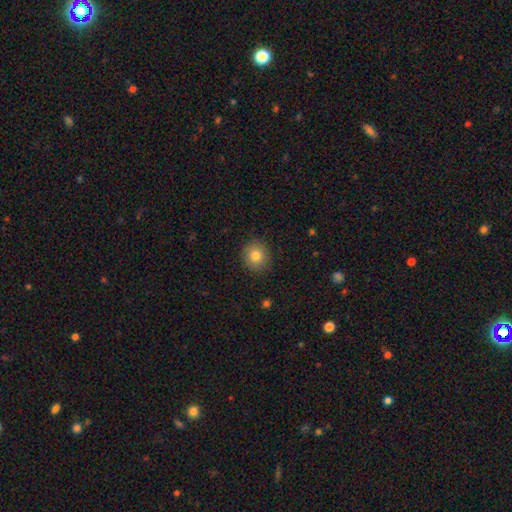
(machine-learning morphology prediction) This is clearly a smooth galaxy (81%). How rounded: clearly round (86%). Merging: clearly none (89%).